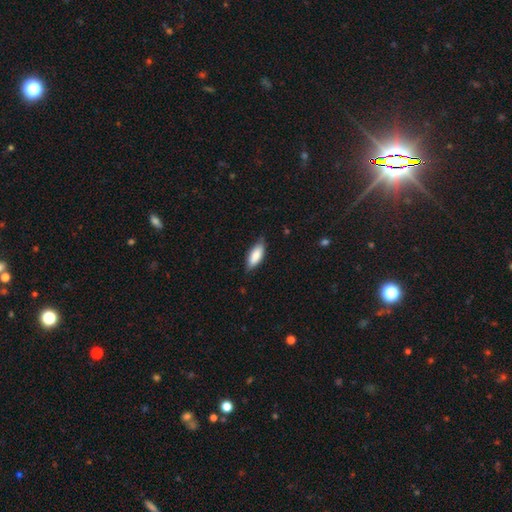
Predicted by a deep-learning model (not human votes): Q: Smooth or featured?
A: smooth (81%); runner-up: featured or disk (13%)
Q: How rounded?
A: in between (78%); runner-up: cigar-shaped (20%)
Q: Merging?
A: none (75%); runner-up: minor disturbance (21%)